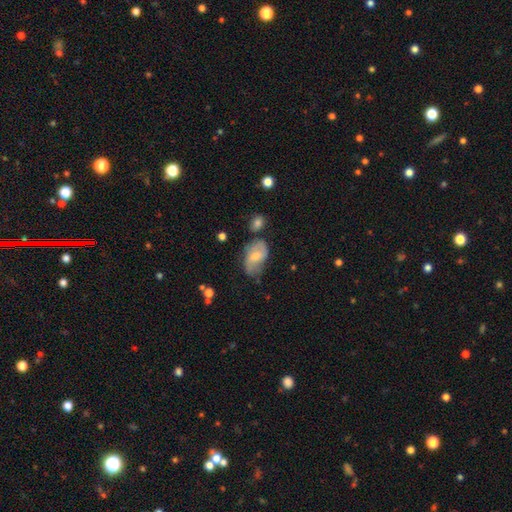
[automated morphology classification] Smooth or featured? smooth (48%)
Merging? none (40%)